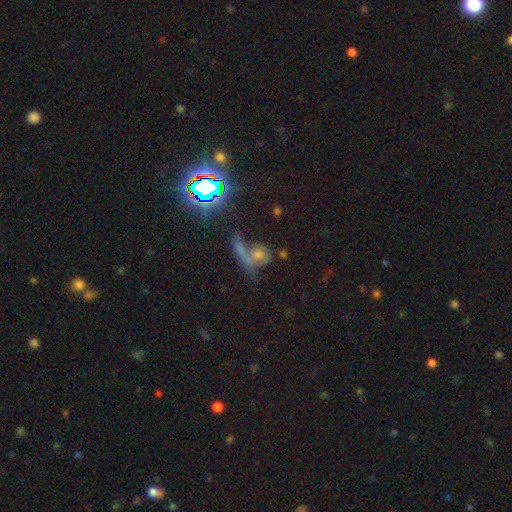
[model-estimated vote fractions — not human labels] smooth 46%, star or artifact 31%, featured or disk 23%. Down the decision tree: merging — merger (48%).